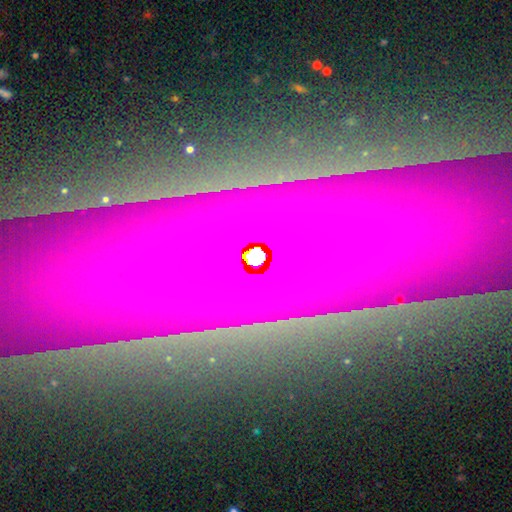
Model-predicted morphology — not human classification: The model was most divided on "smooth or featured": star or artifact: 59%, featured or disk: 25%, smooth: 16%.